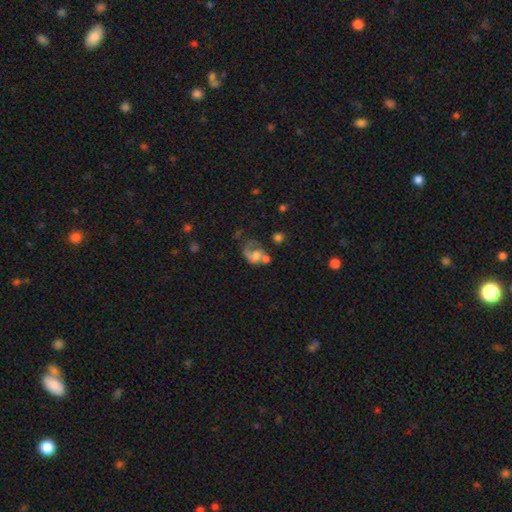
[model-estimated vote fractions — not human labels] This is possibly a featured or disk galaxy (54%). It is clearly not viewed edge-on (98%). Bar: likely no (72%). Spiral arm pattern: likely yes (70%). Central bulge: marginally moderate (40%). Merging: marginally major disturbance (32%).